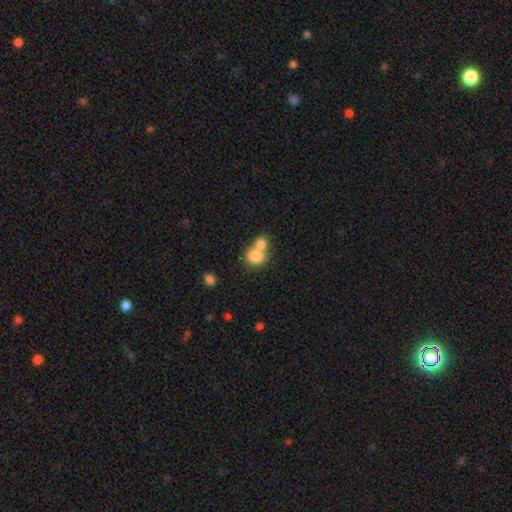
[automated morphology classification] smooth 79%, featured or disk 12%, star or artifact 9%. Down the decision tree: how rounded — round (63%); merging — merger (61%).